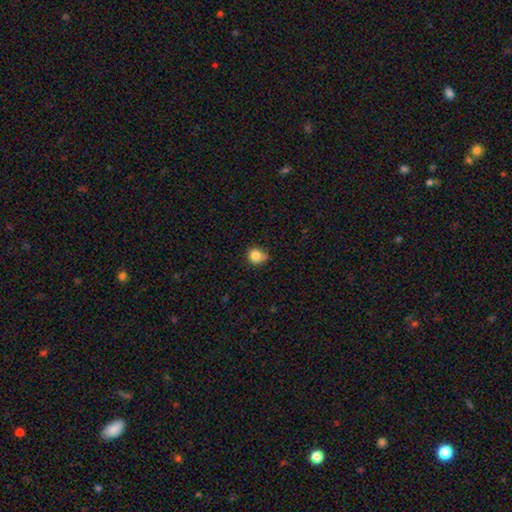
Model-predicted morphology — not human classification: Smooth or featured? smooth (83%)
How rounded? round (82%)
Merging? none (62%)